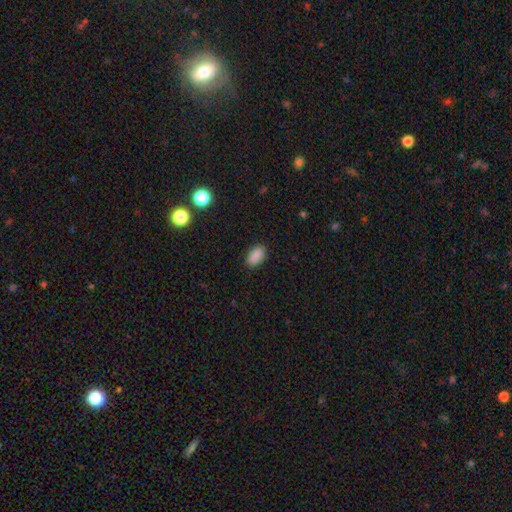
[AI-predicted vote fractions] Smooth or featured?
  - smooth: 88% *
  - star or artifact: 9%
  - featured or disk: 3%
How rounded?
  - in between: 92% *
  - round: 6%
  - cigar-shaped: 3%
Merging?
  - none: 88% *
  - minor disturbance: 9%
  - major disturbance: 2%
  - merger: 1%